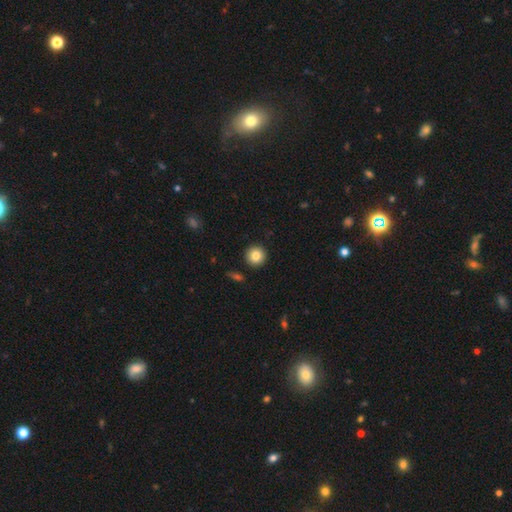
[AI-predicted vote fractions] A smooth galaxy with no disk features (84%) that is round (95%).

Vote fractions:
- Smooth or featured? smooth: 84% / star or artifact: 9% / featured or disk: 7%
- How rounded? round: 95% / in between: 4% / cigar-shaped: 1%
- Merging? none: 92% / minor disturbance: 5% / major disturbance: 2% / merger: 2%